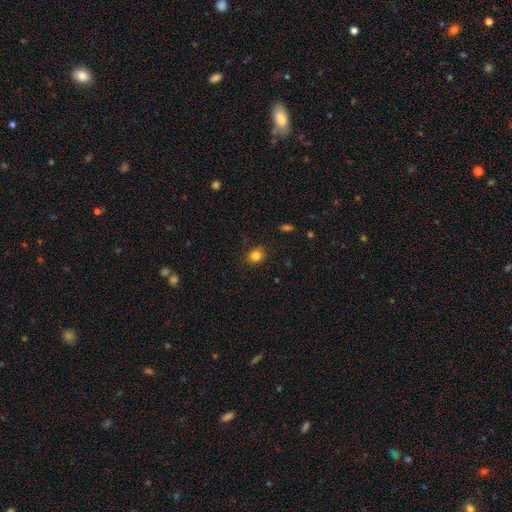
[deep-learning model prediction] Overall: smooth (83%). How rounded: round (62%; in between 37%). Merging: none (86%).